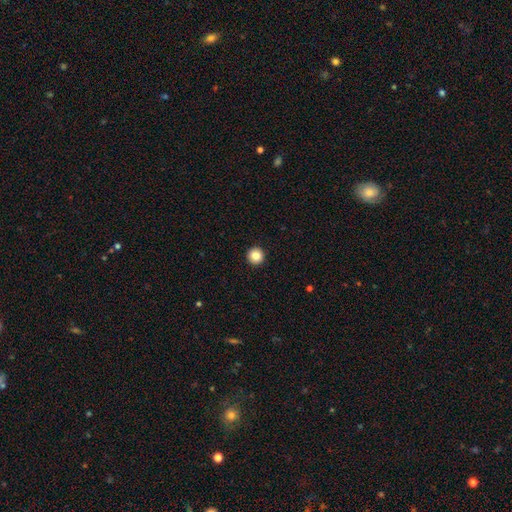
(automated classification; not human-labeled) smooth_or_featured: smooth (p=0.85) [alt: star or artifact p=0.10]
how_rounded: round (p=0.96) [alt: in between p=0.03]
merging: none (p=0.94) [alt: minor disturbance p=0.04]